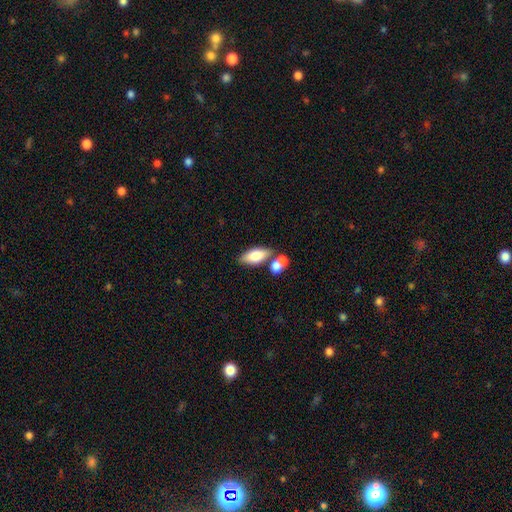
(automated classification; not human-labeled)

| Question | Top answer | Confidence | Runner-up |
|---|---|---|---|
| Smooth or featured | smooth | 75% | featured or disk (18%) |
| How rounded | in between | 83% | cigar-shaped (14%) |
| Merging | none | 55% | merger (29%) |